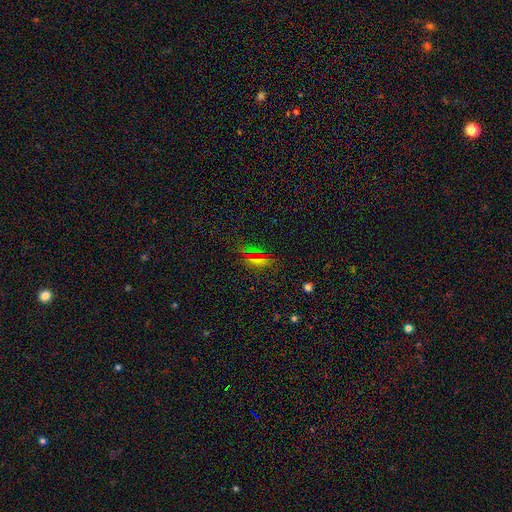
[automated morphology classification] The model was most divided on "smooth or featured": smooth: 54%, star or artifact: 35%, featured or disk: 11%. More confident: merging — none (80%); how rounded — in between (70%).